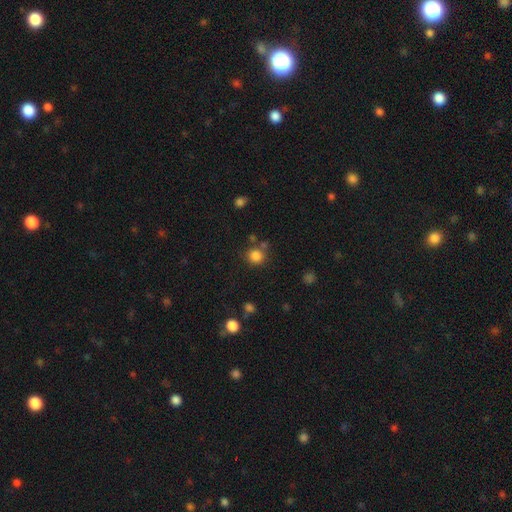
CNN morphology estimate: The model was most divided on "merging": none: 74%, merger: 12%, minor disturbance: 10%, major disturbance: 4%. More confident: how rounded — round (87%); smooth or featured — smooth (83%).